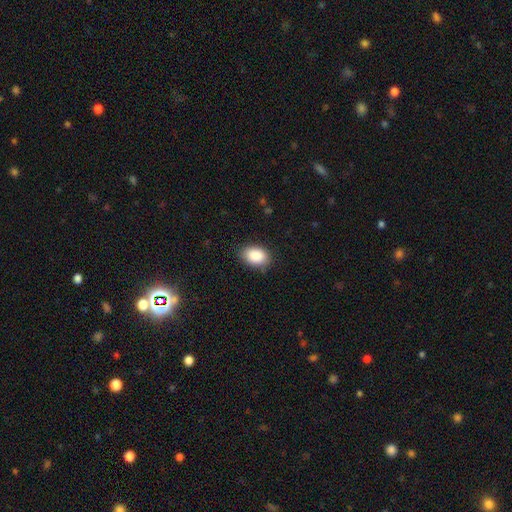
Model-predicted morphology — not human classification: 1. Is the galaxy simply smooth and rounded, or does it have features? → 89% smooth, 7% star or artifact, 4% featured or disk.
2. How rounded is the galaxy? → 84% in between, 15% round, 1% cigar-shaped.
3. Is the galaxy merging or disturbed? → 81% none, 15% minor disturbance, 3% major disturbance, 1% merger.